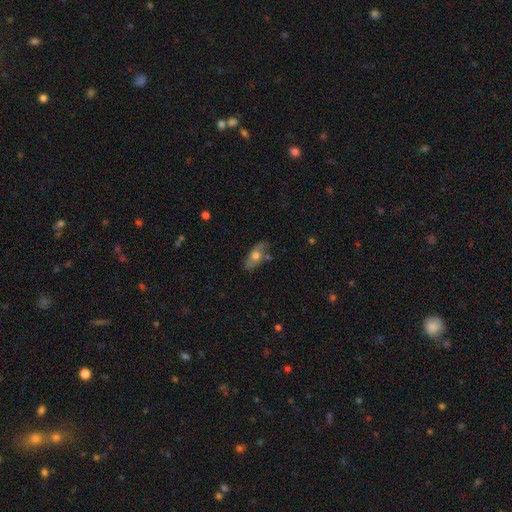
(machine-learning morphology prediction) Smooth or featured?
  - smooth: 60% *
  - featured or disk: 33%
  - star or artifact: 7%
How rounded?
  - in between: 83% *
  - cigar-shaped: 11%
  - round: 6%
Merging?
  - none: 69% *
  - minor disturbance: 20%
  - merger: 6%
  - major disturbance: 5%